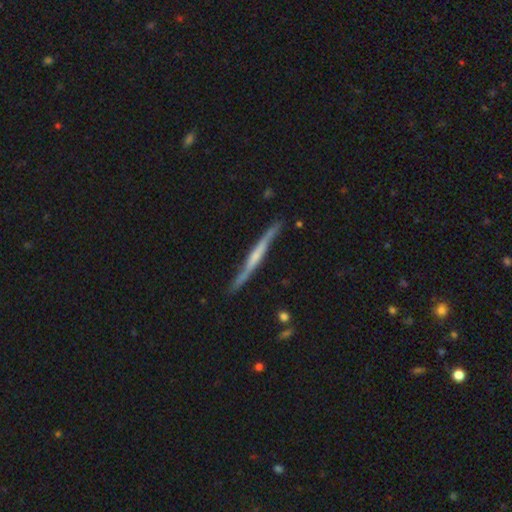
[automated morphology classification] Smooth or featured? featured or disk (71%)
Edge-on disk? yes (93%)
Edge-on bulge? none (45%)
Merging? none (78%)